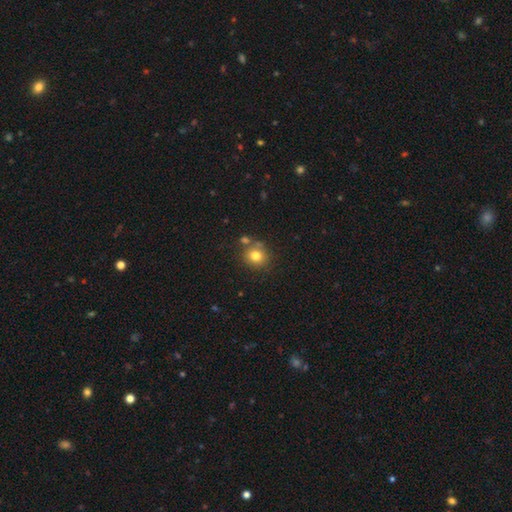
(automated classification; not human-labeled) Smooth or featured: smooth — 80% (star or artifact — 12%)
How rounded: round — 83% (in between — 16%)
Merging: none — 71% (merger — 14%)